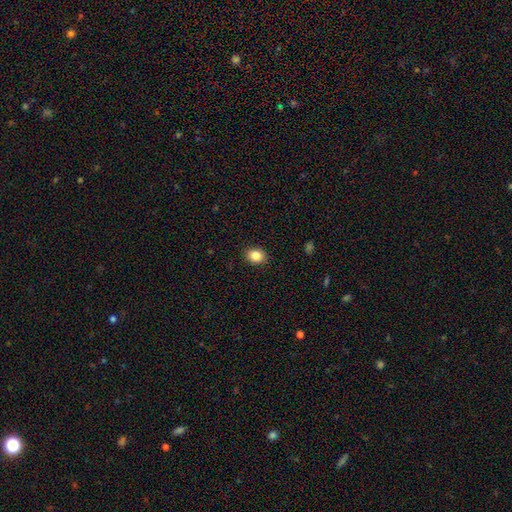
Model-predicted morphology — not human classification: Q: Smooth or featured?
A: smooth (85%); runner-up: star or artifact (9%)
Q: How rounded?
A: in between (54%); runner-up: round (46%)
Q: Merging?
A: none (90%); runner-up: minor disturbance (7%)